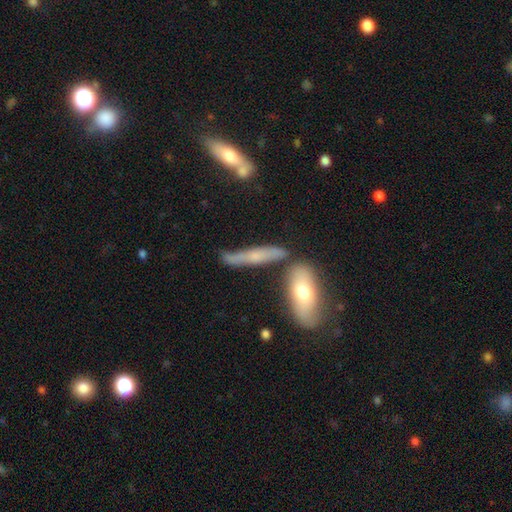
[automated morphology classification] smooth_or_featured: featured or disk (p=0.49) [alt: smooth p=0.41]
merging: none (p=0.65) [alt: minor disturbance p=0.17]